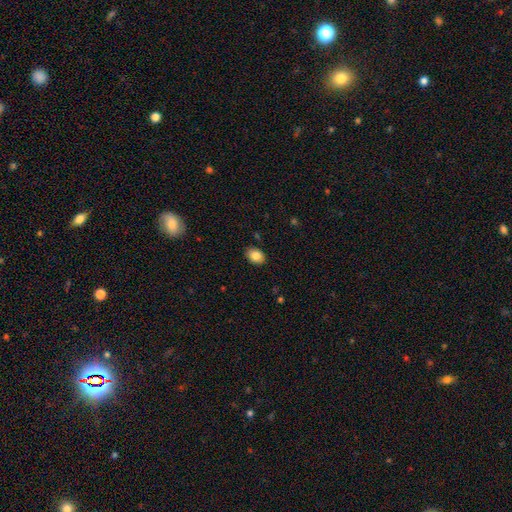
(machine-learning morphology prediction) Smooth or featured? Predicted: smooth (p=0.85). How rounded? Predicted: in between (p=0.73). Merging? Predicted: none (p=0.87).